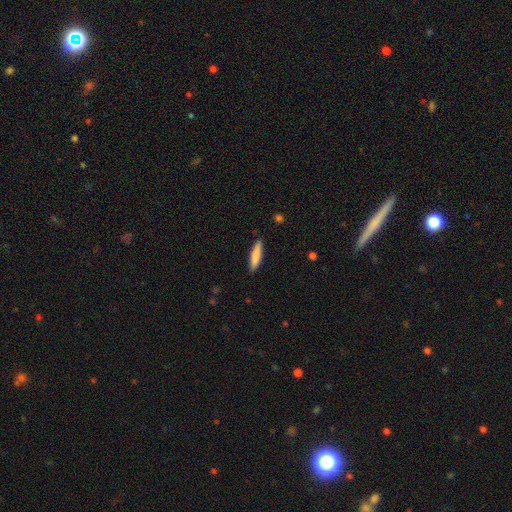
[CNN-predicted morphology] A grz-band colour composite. It shows a smooth galaxy with no disk features (81%) that is cigar-shaped (83%). Merging: none (88%).